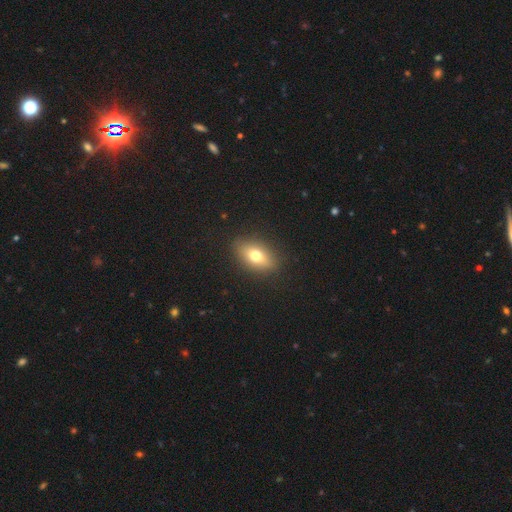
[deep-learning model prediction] The model was most divided on "smooth or featured": smooth: 71%, featured or disk: 19%, star or artifact: 10%. More confident: merging — none (87%); how rounded — in between (82%).